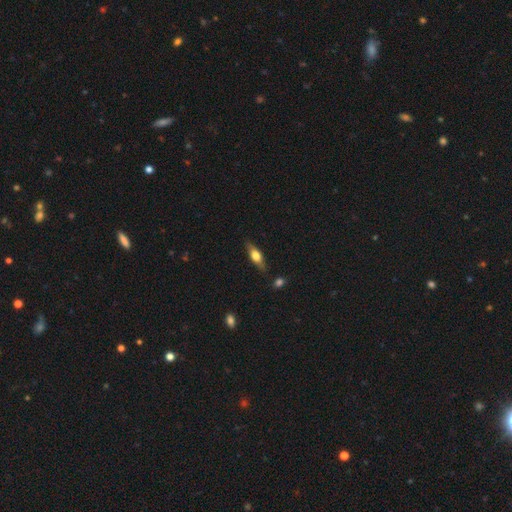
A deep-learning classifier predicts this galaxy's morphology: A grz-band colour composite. It shows a featured or disk galaxy (47%, tied with smooth). Merging: none (82%).